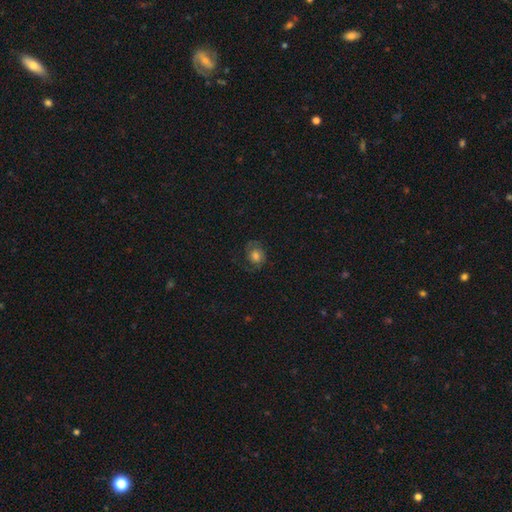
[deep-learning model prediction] The model was most divided on "smooth or featured": smooth: 51%, featured or disk: 37%, star or artifact: 12%. More confident: how rounded — round (69%); merging — none (66%).